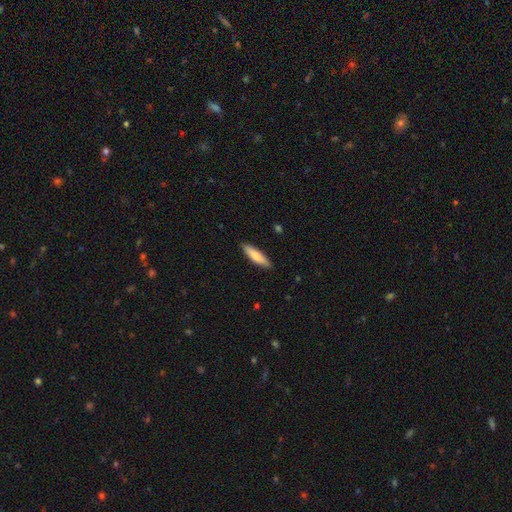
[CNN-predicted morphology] Smooth or featured? smooth (76%)
How rounded? cigar-shaped (75%)
Merging? none (89%)